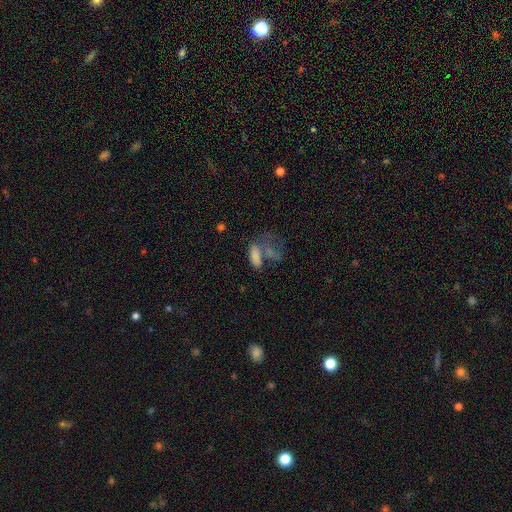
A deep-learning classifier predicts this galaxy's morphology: This is likely a smooth galaxy (75%). How rounded: clearly in between (80%). Merging: marginally merger (42%).